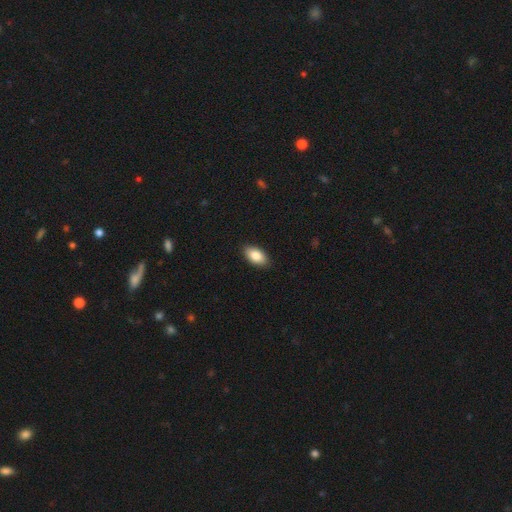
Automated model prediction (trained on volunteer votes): Smooth or featured? Predicted: smooth (p=0.85). How rounded? Predicted: in between (p=0.94). Merging? Predicted: none (p=0.89).